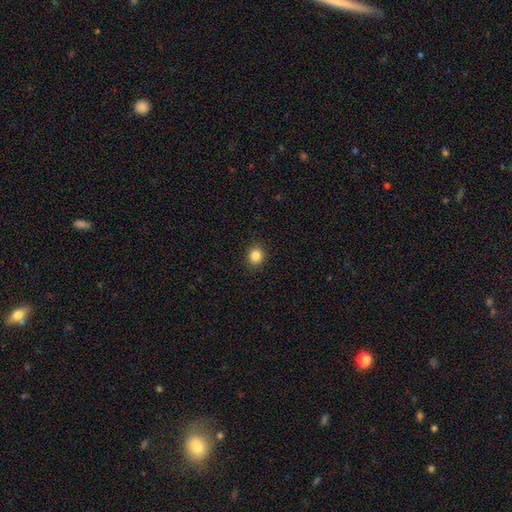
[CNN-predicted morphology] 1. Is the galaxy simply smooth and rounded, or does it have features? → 85% smooth, 11% star or artifact, 4% featured or disk.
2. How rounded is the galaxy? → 85% round, 14% in between, 1% cigar-shaped.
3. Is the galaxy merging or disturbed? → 92% none, 6% minor disturbance, 2% major disturbance, 1% merger.